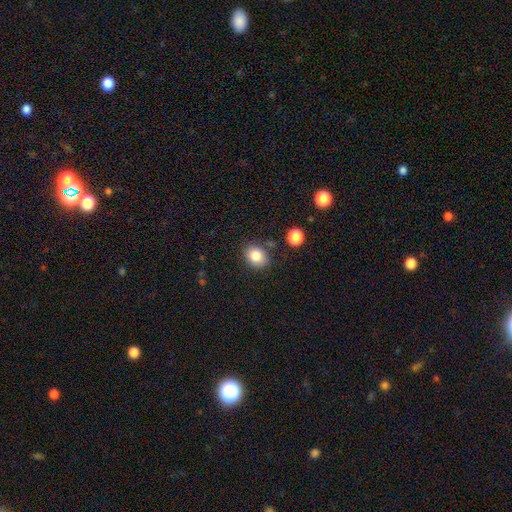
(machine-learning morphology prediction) Smooth or featured?
  - smooth: 83% *
  - star or artifact: 9%
  - featured or disk: 7%
How rounded?
  - in between: 50% *
  - round: 49%
  - cigar-shaped: 1%
Merging?
  - none: 79% *
  - minor disturbance: 13%
  - merger: 5%
  - major disturbance: 3%